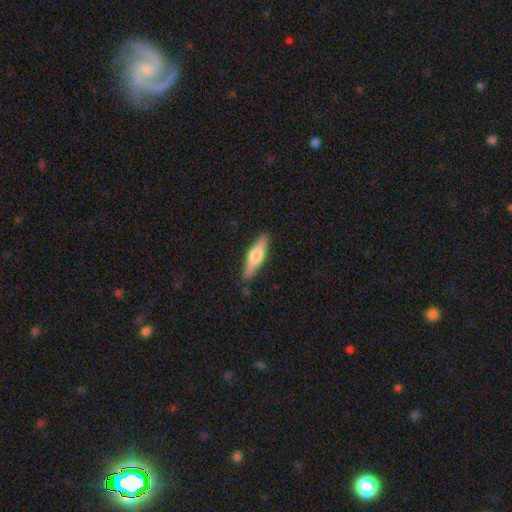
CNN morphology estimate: Smooth or featured: smooth — 58% (featured or disk — 36%)
How rounded: cigar-shaped — 62% (in between — 36%)
Merging: none — 85% (minor disturbance — 11%)